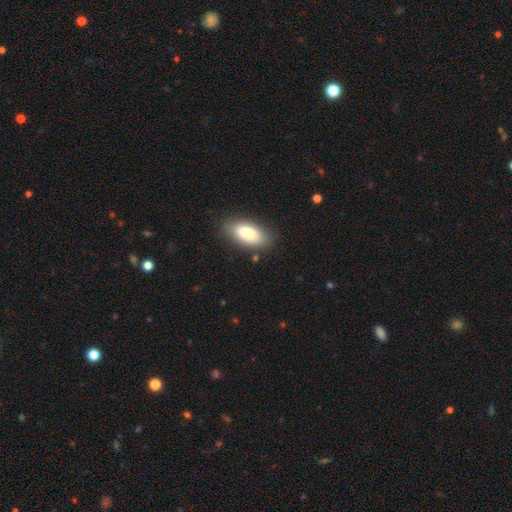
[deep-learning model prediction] This appears to be a smooth galaxy with no disk features (83%) that is in between round and cigar-shaped (87%). Merging: none (86%).